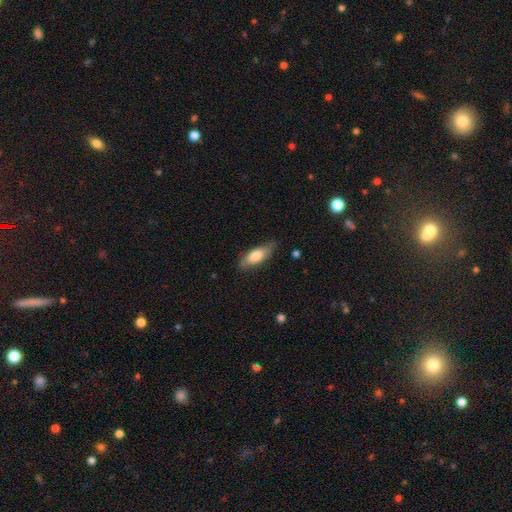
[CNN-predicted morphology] smooth_or_featured: smooth (p=0.72) [alt: featured or disk p=0.22]
how_rounded: in between (p=0.72) [alt: cigar-shaped p=0.26]
merging: none (p=0.76) [alt: minor disturbance p=0.19]